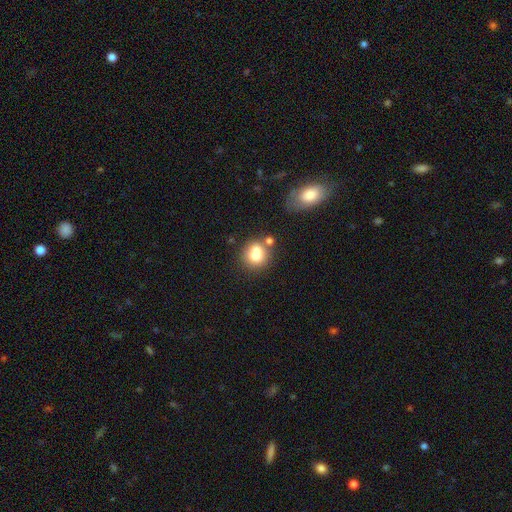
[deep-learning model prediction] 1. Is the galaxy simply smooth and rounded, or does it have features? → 73% smooth, 17% featured or disk, 10% star or artifact.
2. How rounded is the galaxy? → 79% round, 20% in between, 1% cigar-shaped.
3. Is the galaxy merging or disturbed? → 48% none, 34% merger, 13% minor disturbance, 5% major disturbance.